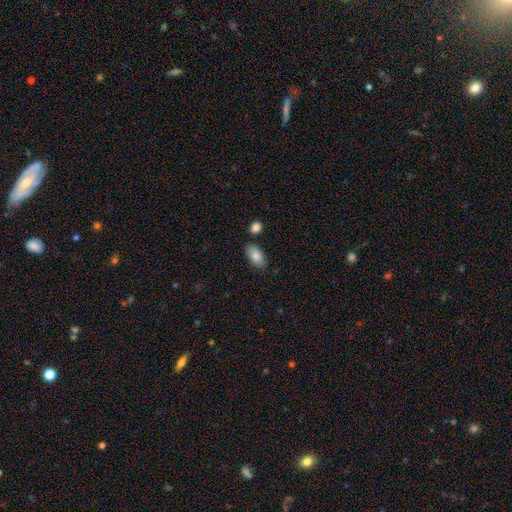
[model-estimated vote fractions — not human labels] Q: Smooth or featured?
A: smooth (84%); runner-up: featured or disk (9%)
Q: How rounded?
A: in between (93%); runner-up: round (4%)
Q: Merging?
A: none (79%); runner-up: minor disturbance (13%)